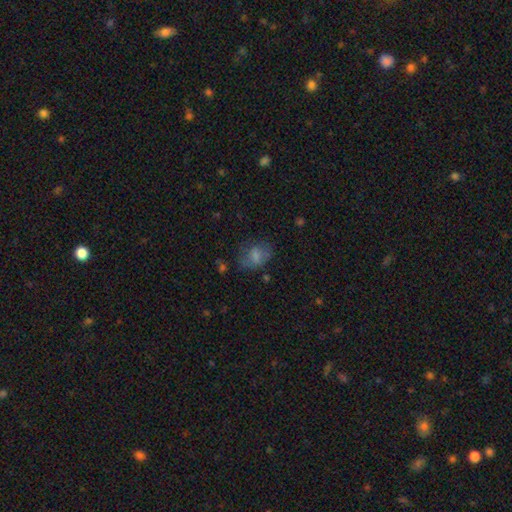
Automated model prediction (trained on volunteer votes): smooth-or-featured: smooth: 68% | featured or disk: 20% | star or artifact: 12%
  how-rounded: in between: 68% | round: 30% | cigar-shaped: 2%
  merging: none: 53% | minor disturbance: 25% | major disturbance: 19% | merger: 3%